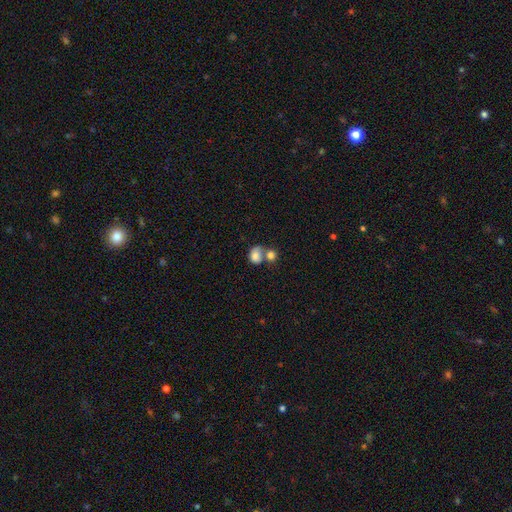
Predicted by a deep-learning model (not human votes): Smooth or featured: smooth — 77% (featured or disk — 15%)
How rounded: round — 61% (in between — 38%)
Merging: merger — 56% (none — 27%)